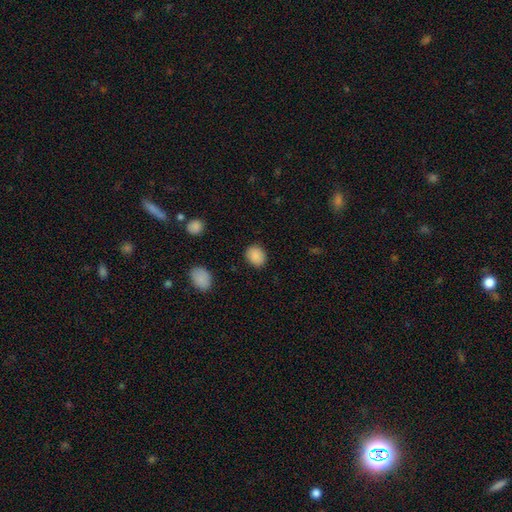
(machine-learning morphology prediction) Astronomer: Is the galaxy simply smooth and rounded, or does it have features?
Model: smooth — 88%.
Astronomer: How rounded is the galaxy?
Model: round — 55% (runner-up: in between, 44%).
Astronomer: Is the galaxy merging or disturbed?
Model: none — 88%.